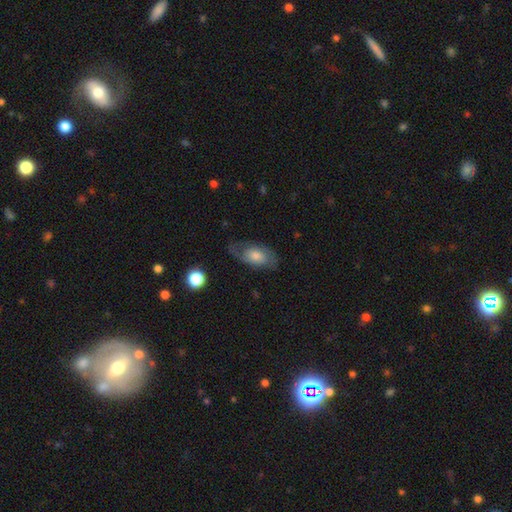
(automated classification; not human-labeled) smooth_or_featured: featured or disk (p=0.53) [alt: smooth p=0.39]
disk_edge_on: no (p=0.90) [alt: yes p=0.10]
merging: none (p=0.66) [alt: minor disturbance p=0.22]